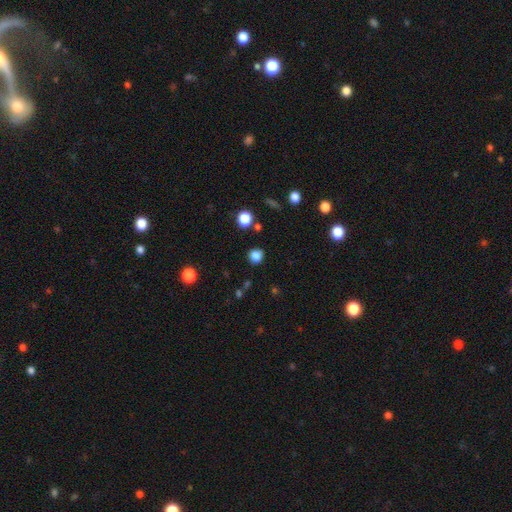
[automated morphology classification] A smooth galaxy with no disk features (83%) that is round (88%).

Vote fractions:
- Smooth or featured? smooth: 83% / star or artifact: 13% / featured or disk: 4%
- How rounded? round: 88% / in between: 11% / cigar-shaped: 1%
- Merging? none: 86% / minor disturbance: 8% / merger: 3% / major disturbance: 3%